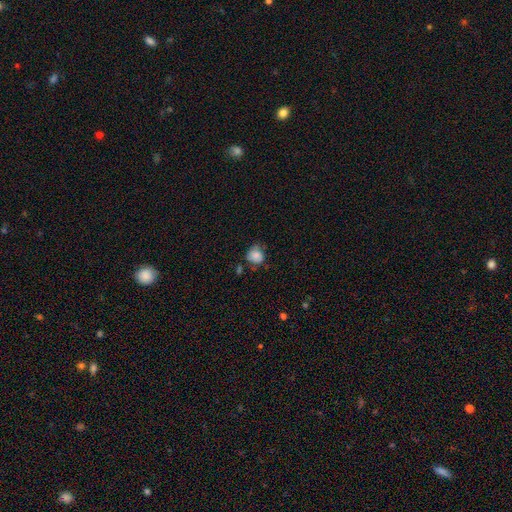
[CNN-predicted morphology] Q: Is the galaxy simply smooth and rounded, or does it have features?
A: smooth — 76%.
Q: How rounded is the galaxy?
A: round — 74%.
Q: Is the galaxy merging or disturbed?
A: none — 53%.